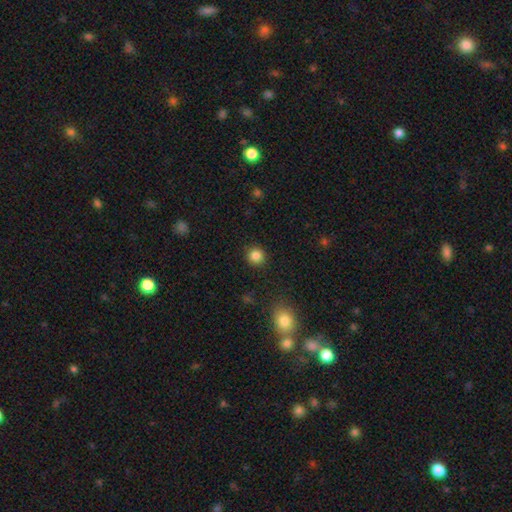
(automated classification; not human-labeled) smooth 85%, star or artifact 11%, featured or disk 4%. Down the decision tree: how rounded — round (92%); merging — none (91%).